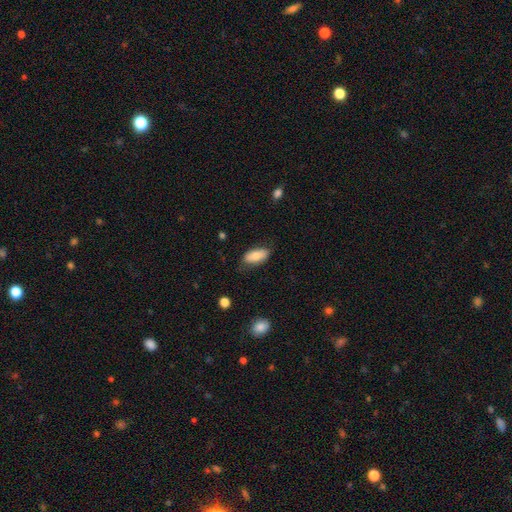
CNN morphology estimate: type=smooth (78%); roundness=in between (91%); merging=none (74%).